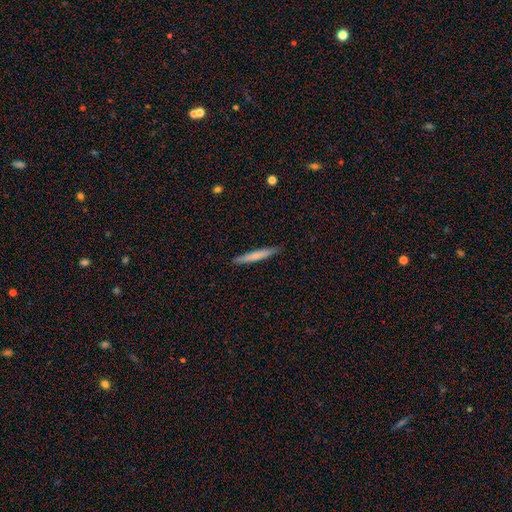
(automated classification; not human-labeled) Smooth or featured? smooth (67%)
How rounded? cigar-shaped (96%)
Merging? none (90%)